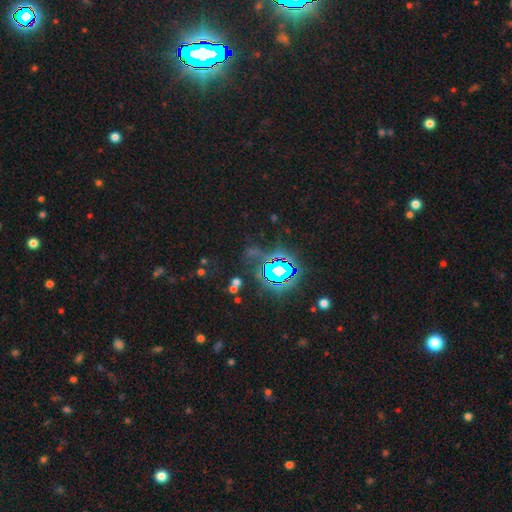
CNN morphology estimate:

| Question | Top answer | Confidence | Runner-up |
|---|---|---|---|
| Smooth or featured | star or artifact | 78% | smooth (13%) |